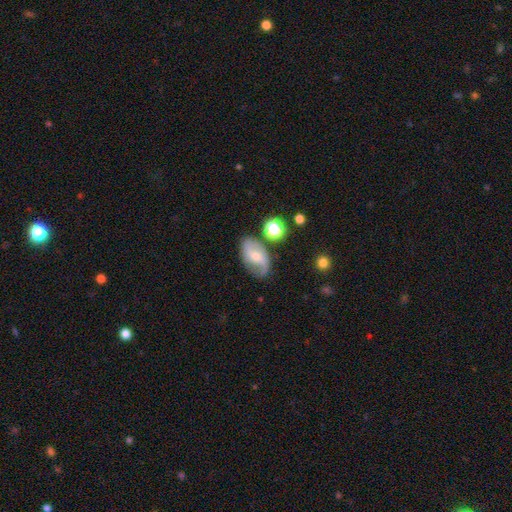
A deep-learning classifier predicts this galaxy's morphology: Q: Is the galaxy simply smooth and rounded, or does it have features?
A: featured or disk — 65%.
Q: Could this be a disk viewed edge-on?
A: no — 95%.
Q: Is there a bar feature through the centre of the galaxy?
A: weak — 44%.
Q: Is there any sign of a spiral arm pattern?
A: yes — 85%.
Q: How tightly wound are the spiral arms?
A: loose — 48%.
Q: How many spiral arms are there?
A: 2 — 78%.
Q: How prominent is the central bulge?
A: small — 49%.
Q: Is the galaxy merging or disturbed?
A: none — 66%.